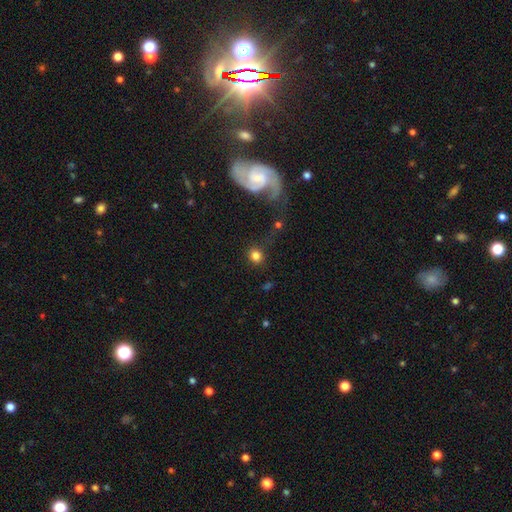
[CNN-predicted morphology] A smooth galaxy with no disk features (79%) that is round (84%). Merging: none (72%).